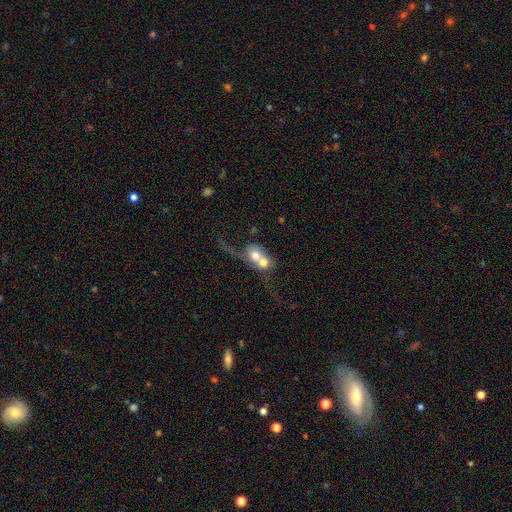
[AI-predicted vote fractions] The model was most divided on "smooth or featured": smooth: 52%, featured or disk: 39%, star or artifact: 9%. More confident: merging — merger (79%); how rounded — round (66%).